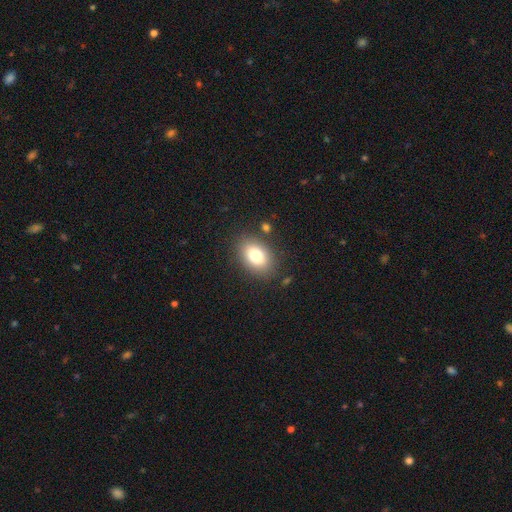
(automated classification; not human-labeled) smooth-or-featured: smooth: 79% | featured or disk: 12% | star or artifact: 9%
  how-rounded: in between: 81% | round: 17% | cigar-shaped: 1%
  merging: none: 83% | minor disturbance: 10% | major disturbance: 3% | merger: 3%